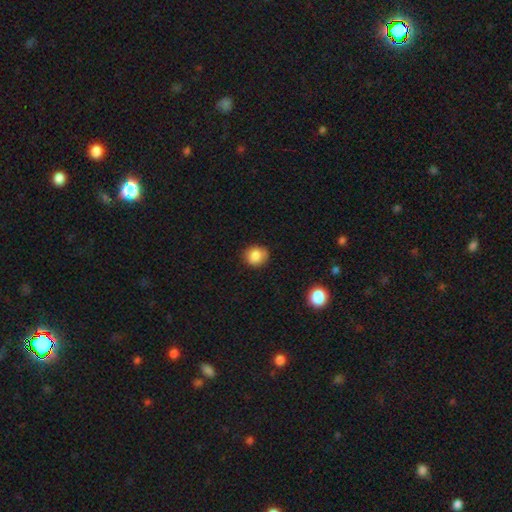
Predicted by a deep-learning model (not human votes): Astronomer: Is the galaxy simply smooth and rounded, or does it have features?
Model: smooth — 83%.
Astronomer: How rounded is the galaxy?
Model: round — 80%.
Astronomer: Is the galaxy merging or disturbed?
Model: none — 83%.